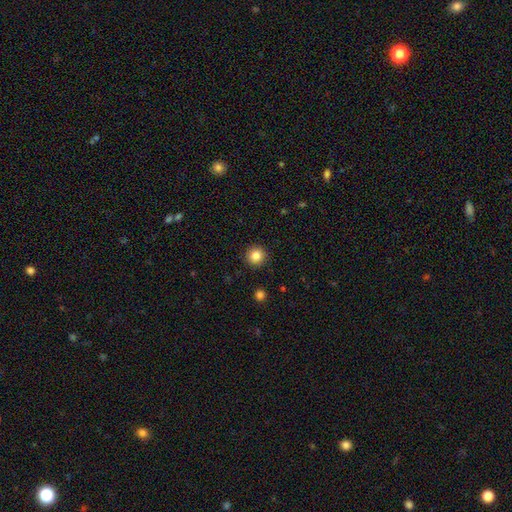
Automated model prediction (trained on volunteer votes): Q: Smooth or featured?
A: smooth (84%); runner-up: star or artifact (11%)
Q: How rounded?
A: round (95%); runner-up: in between (4%)
Q: Merging?
A: none (92%); runner-up: minor disturbance (5%)